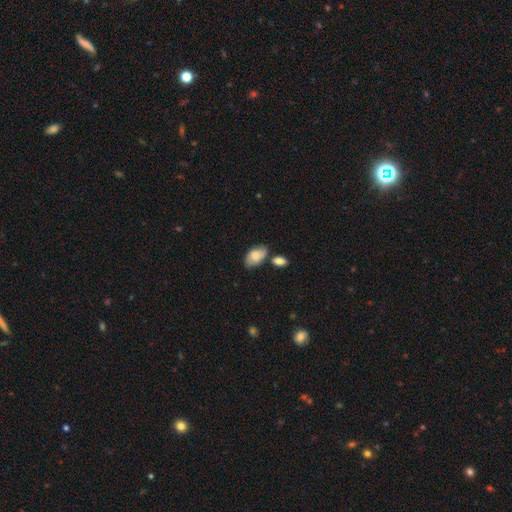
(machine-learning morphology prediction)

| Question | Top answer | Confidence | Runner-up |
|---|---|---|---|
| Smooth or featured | smooth | 78% | featured or disk (15%) |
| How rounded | in between | 93% | round (6%) |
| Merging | none | 58% | minor disturbance (22%) |